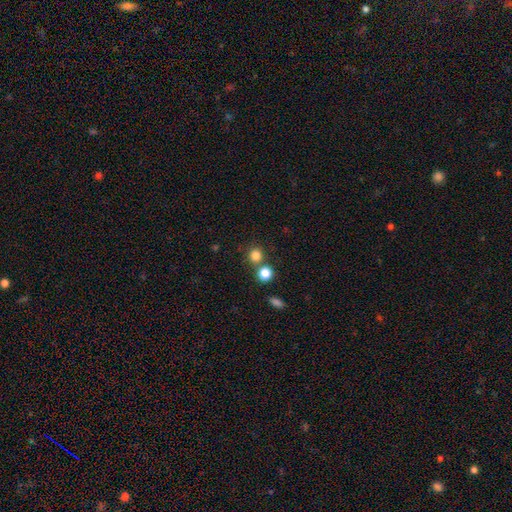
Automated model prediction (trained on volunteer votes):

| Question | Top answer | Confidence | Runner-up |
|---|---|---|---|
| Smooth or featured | smooth | 81% | star or artifact (14%) |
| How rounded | round | 88% | in between (11%) |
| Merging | none | 69% | merger (21%) |